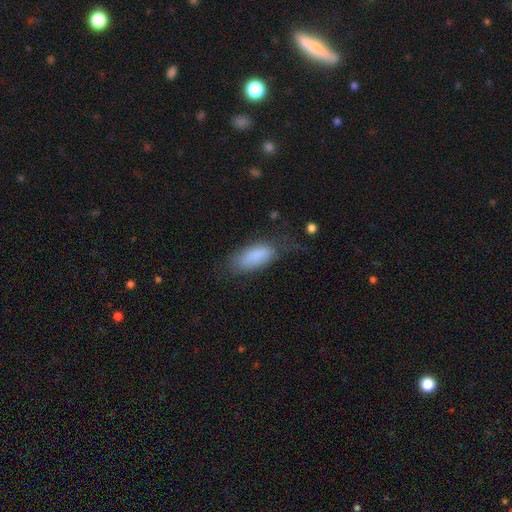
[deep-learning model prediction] Smooth or featured?
  - smooth: 84% *
  - featured or disk: 9%
  - star or artifact: 7%
How rounded?
  - in between: 86% *
  - cigar-shaped: 12%
  - round: 2%
Merging?
  - none: 56% *
  - minor disturbance: 27%
  - major disturbance: 15%
  - merger: 2%